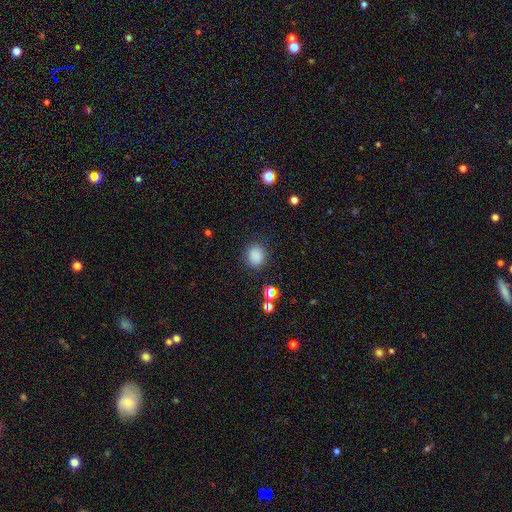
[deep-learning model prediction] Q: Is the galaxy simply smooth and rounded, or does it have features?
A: smooth — 85%.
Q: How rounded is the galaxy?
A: round — 68%.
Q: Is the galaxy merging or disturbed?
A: none — 86%.